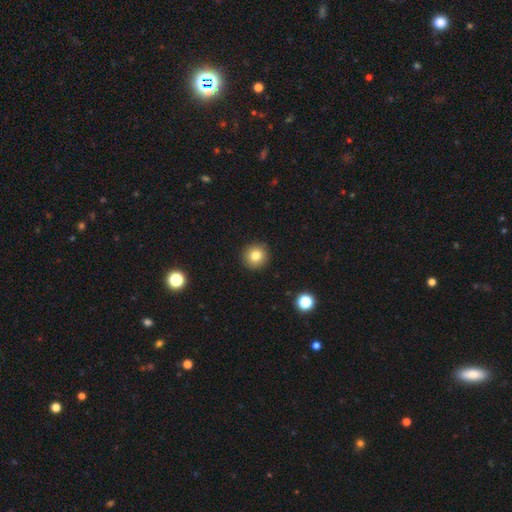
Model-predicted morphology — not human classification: Smooth or featured: smooth — 81% (star or artifact — 11%)
How rounded: round — 93% (in between — 6%)
Merging: none — 92% (minor disturbance — 5%)